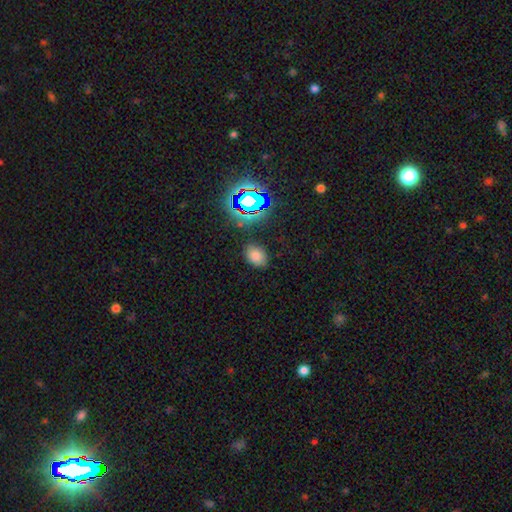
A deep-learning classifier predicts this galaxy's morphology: type=smooth (72%); roundness=in between (76%); merging=none (83%).